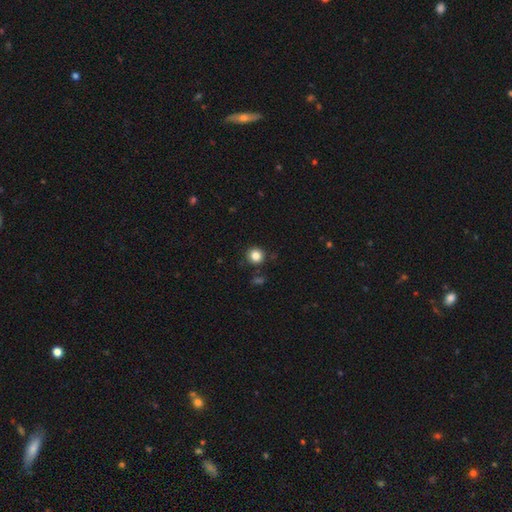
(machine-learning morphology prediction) smooth-or-featured: smooth: 84% | star or artifact: 11% | featured or disk: 5%
  how-rounded: round: 92% | in between: 7% | cigar-shaped: 1%
  merging: none: 89% | minor disturbance: 7% | merger: 2% | major disturbance: 2%